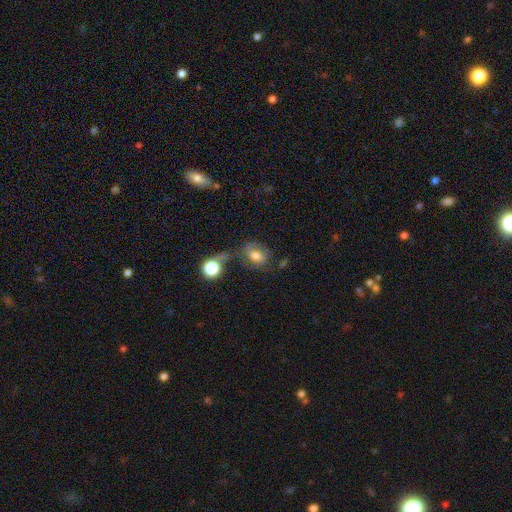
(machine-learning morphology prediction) Q: Smooth or featured?
A: smooth (62%); runner-up: featured or disk (26%)
Q: How rounded?
A: in between (67%); runner-up: round (31%)
Q: Merging?
A: none (38%); runner-up: major disturbance (22%)